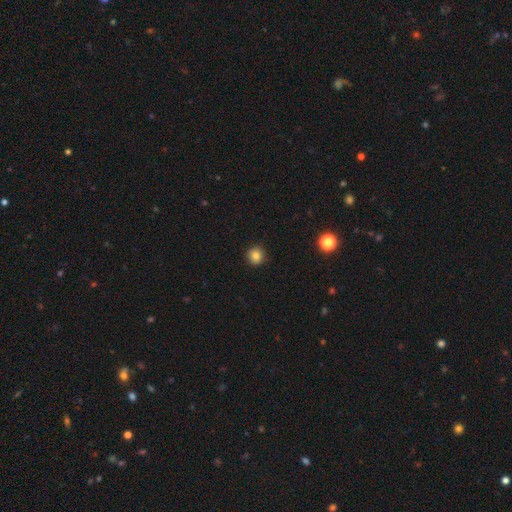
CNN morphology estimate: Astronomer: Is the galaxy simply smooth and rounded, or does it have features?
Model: smooth — 81%.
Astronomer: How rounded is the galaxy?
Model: round — 93%.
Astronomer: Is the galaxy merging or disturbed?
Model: none — 90%.